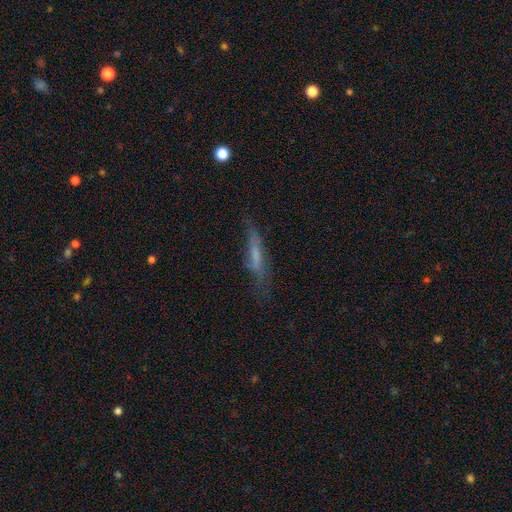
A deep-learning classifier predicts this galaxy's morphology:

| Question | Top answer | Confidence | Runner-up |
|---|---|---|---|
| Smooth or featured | smooth | 46% | featured or disk (43%) |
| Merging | none | 53% | minor disturbance (27%) |